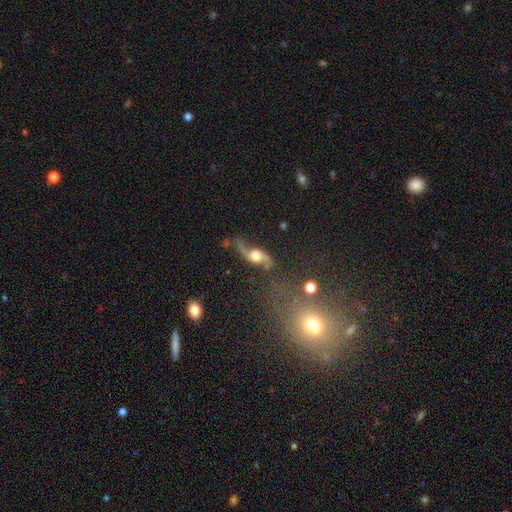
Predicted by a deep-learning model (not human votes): Smooth or featured: featured or disk — 80% (smooth — 13%)
Edge-on disk: no — 84% (yes — 16%)
Bar: no — 67% (weak — 26%)
Spiral arms: yes — 93% (no — 7%)
Spiral winding: loose — 88% (medium — 10%)
Spiral arm count: 2 — 92% (1 — 3%)
Bulge size: large — 42% (moderate — 40%)
Merging: none — 60% (minor disturbance — 20%)